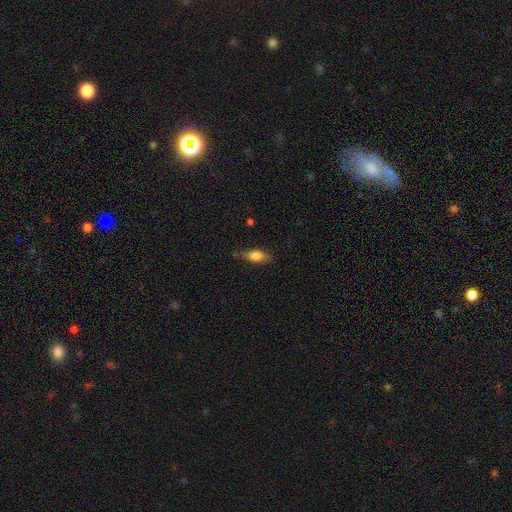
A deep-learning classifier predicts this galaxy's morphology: smooth 76%, featured or disk 16%, star or artifact 8%. Down the decision tree: how rounded — in between (74%); merging — none (73%).